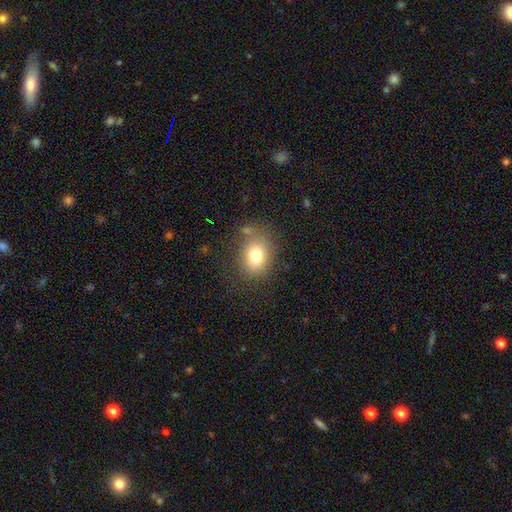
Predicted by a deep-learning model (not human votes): Q: Smooth or featured?
A: smooth (78%); runner-up: star or artifact (11%)
Q: How rounded?
A: in between (52%); runner-up: round (47%)
Q: Merging?
A: none (72%); runner-up: minor disturbance (17%)